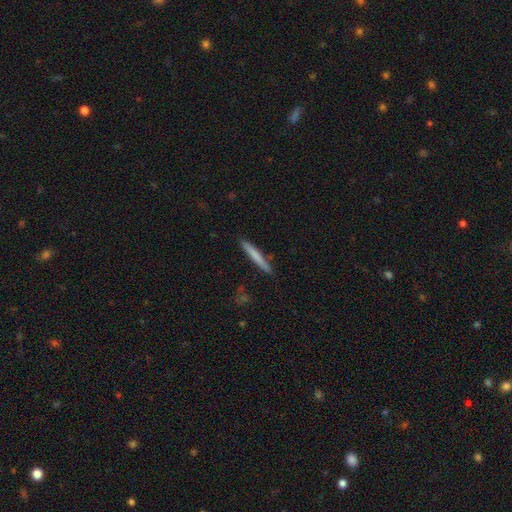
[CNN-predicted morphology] Smooth or featured?
  - smooth: 69% *
  - featured or disk: 25%
  - star or artifact: 5%
How rounded?
  - cigar-shaped: 96% *
  - in between: 2%
  - round: 1%
Merging?
  - none: 89% *
  - minor disturbance: 8%
  - merger: 2%
  - major disturbance: 2%